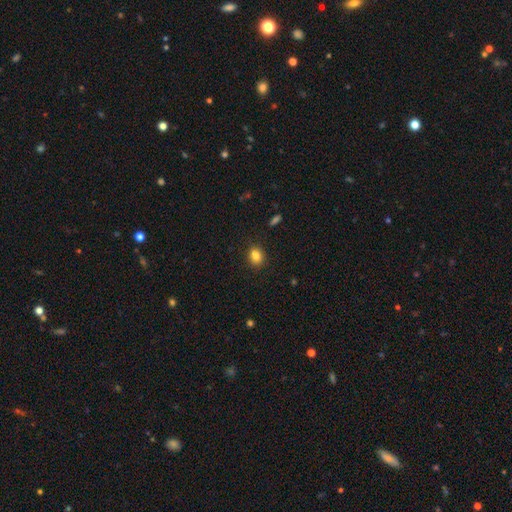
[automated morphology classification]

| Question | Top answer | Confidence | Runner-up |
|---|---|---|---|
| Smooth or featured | smooth | 83% | star or artifact (11%) |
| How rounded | round | 56% | in between (43%) |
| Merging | none | 89% | minor disturbance (8%) |